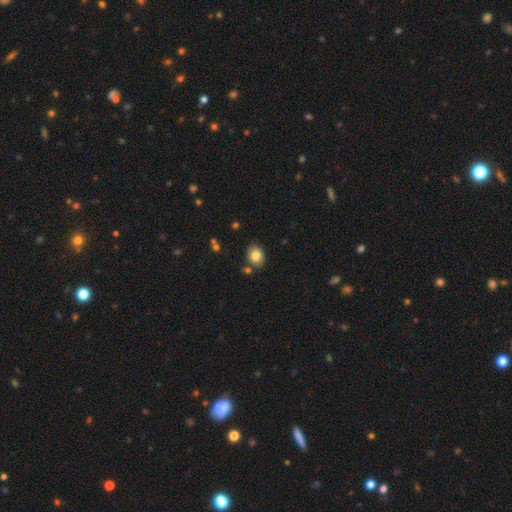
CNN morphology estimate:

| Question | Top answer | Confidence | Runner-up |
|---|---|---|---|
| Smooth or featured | smooth | 83% | star or artifact (9%) |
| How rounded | in between | 66% | round (34%) |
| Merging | none | 80% | minor disturbance (12%) |